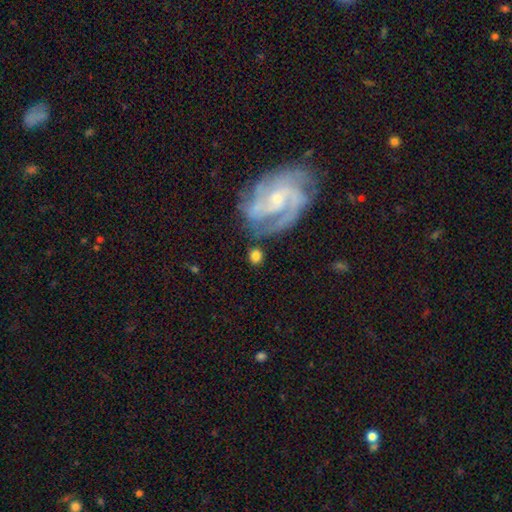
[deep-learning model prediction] Morphology: type=smooth (67%); roundness=round (77%); merging=none (75%).